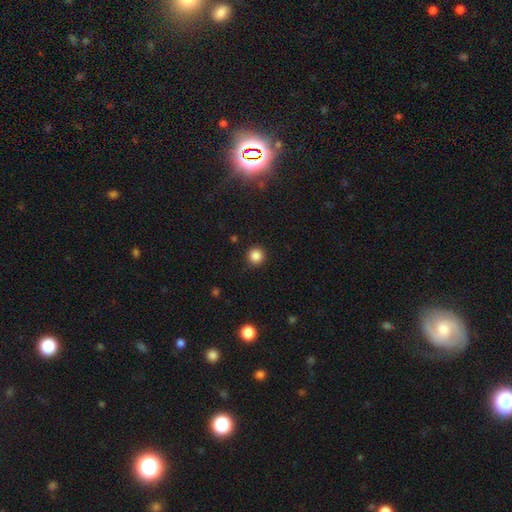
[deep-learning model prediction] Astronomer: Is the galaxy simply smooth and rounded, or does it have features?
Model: smooth — 86%.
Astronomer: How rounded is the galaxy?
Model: round — 95%.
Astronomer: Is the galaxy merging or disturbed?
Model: none — 92%.